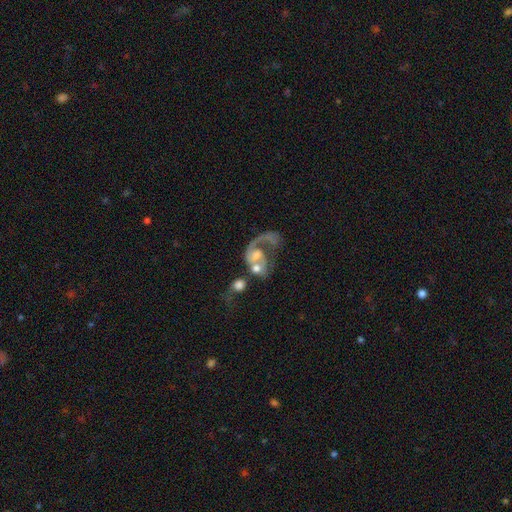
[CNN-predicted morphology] A featured or disk galaxy (71%) with no bar (73%), 1 (75%) loose (55%) spiral arms (78%) and a moderate central bulge (47%).

Vote fractions:
- Smooth or featured? featured or disk: 71% / smooth: 21% / star or artifact: 8%
- Edge-on disk? no: 97% / yes: 3%
- Bar? no: 73% / weak: 21% / strong: 5%
- Spiral arms? yes: 78% / no: 22%
- Spiral winding? loose: 55% / medium: 29% / tight: 16%
- Spiral arm count? 1: 75% / 2: 15% / can't tell: 7% / 3: 1% / 4: 1% / more than 4: 1%
- Bulge size? moderate: 47% / small: 23% / large: 14% / none: 13% / dominant: 3%
- Merging? merger: 56% / major disturbance: 24% / none: 14% / minor disturbance: 7%